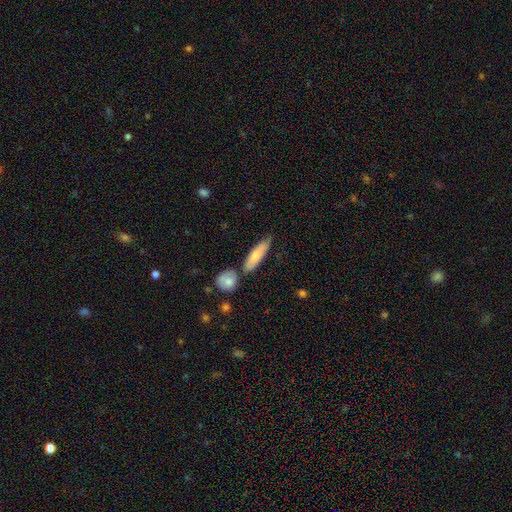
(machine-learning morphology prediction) type=smooth (74%); roundness=cigar-shaped (64%); merging=none (64%).